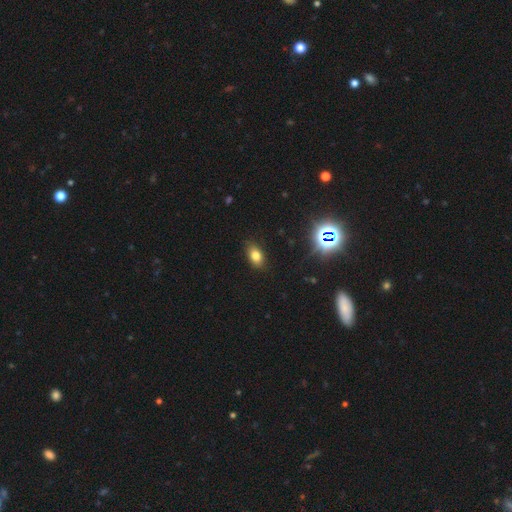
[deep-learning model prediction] A smooth galaxy with no disk features (77%) that is in between round and cigar-shaped (86%). Merging: none (84%).